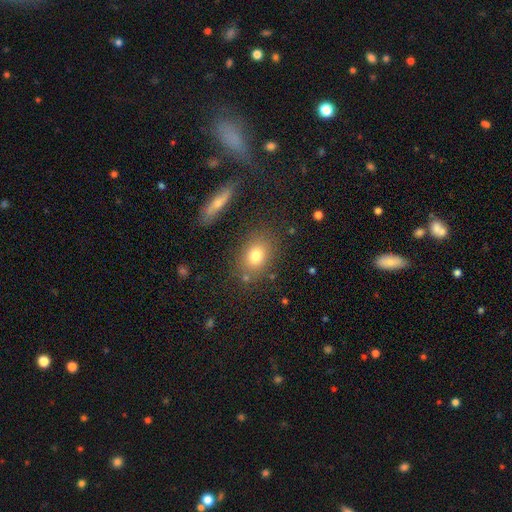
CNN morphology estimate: The model was most divided on "how rounded": in between: 66%, round: 32%, cigar-shaped: 2%. More confident: merging — none (78%); smooth or featured — smooth (77%).